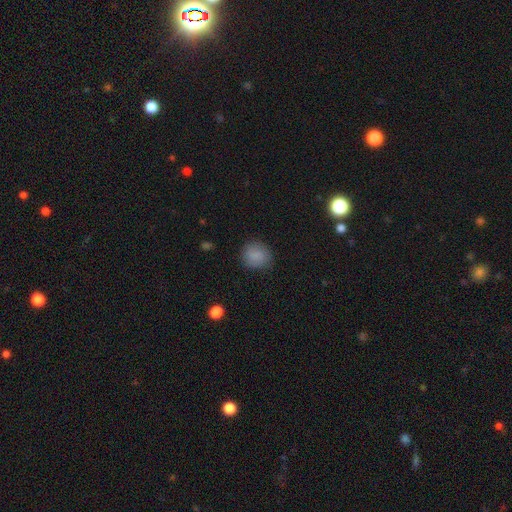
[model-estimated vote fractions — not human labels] Smooth or featured? Predicted: smooth (p=0.82). How rounded? Predicted: round (p=0.82). Merging? Predicted: none (p=0.83).